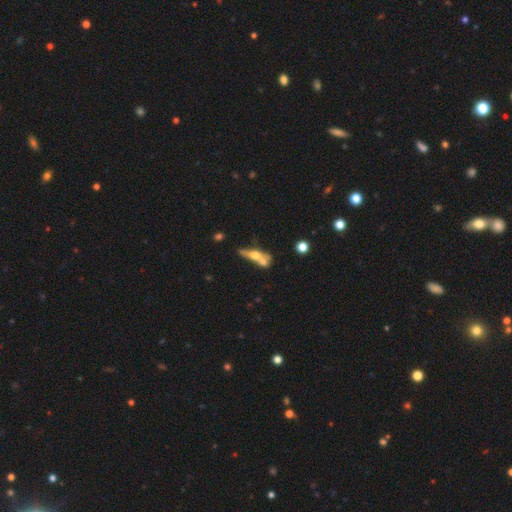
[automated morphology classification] Smooth or featured? Predicted: featured or disk (p=0.49). Merging? Predicted: merger (p=0.50).